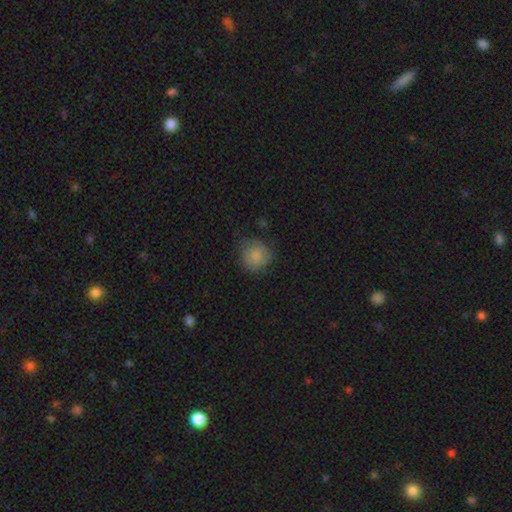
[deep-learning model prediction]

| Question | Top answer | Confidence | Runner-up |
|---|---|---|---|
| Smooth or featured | smooth | 83% | star or artifact (9%) |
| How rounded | round | 89% | in between (10%) |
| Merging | none | 72% | minor disturbance (21%) |